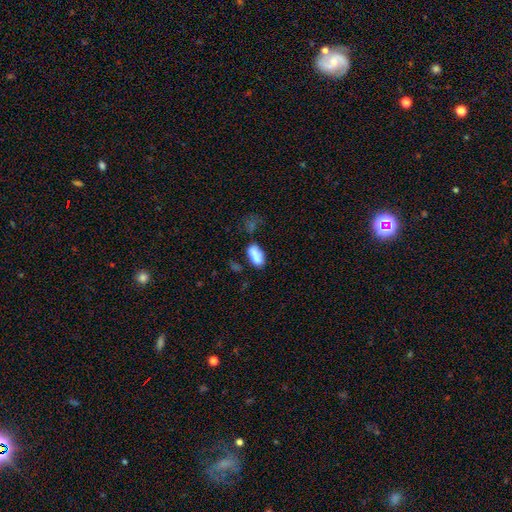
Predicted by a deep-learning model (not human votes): This is clearly a smooth galaxy (80%). How rounded: clearly in between (85%). Merging: possibly none (49%).